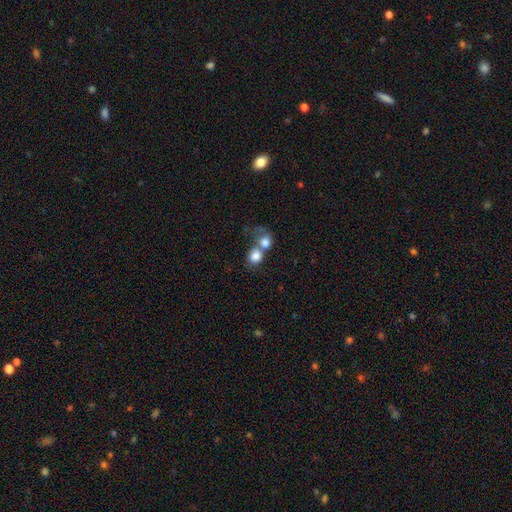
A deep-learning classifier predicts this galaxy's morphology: type=smooth (80%); roundness=round (74%); merging=merger (63%).